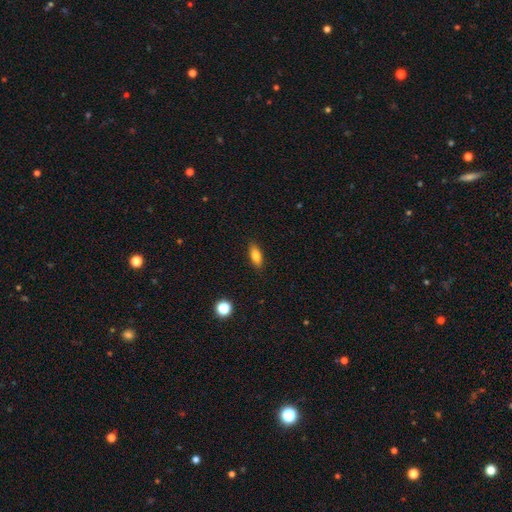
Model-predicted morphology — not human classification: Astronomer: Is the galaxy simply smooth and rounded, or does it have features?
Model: smooth — 80%.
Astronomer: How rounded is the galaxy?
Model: in between — 78%.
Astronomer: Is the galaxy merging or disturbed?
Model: none — 88%.